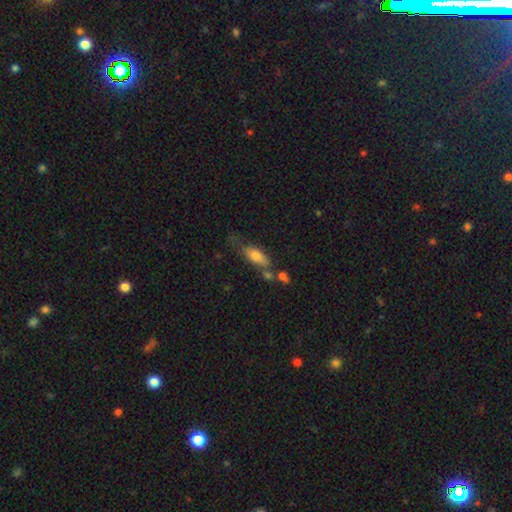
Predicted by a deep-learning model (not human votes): This appears to be a smooth galaxy with no disk features (73%) that is in between round and cigar-shaped (73%). Merging: none (36%).